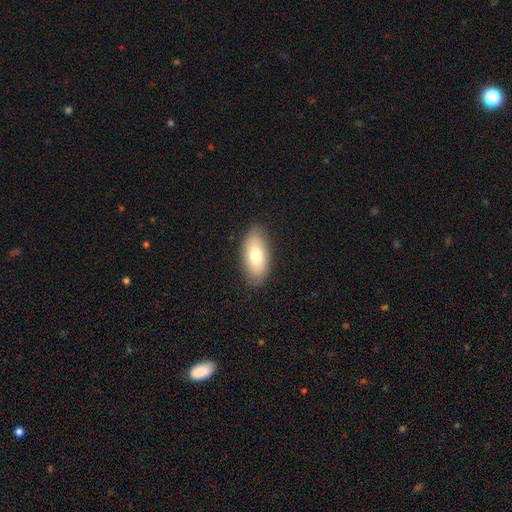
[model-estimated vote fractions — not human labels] A smooth galaxy with no disk features (78%) that is in between round and cigar-shaped (91%).

Vote fractions:
- Smooth or featured? smooth: 78% / featured or disk: 16% / star or artifact: 6%
- How rounded? in between: 91% / cigar-shaped: 6% / round: 3%
- Merging? none: 86% / minor disturbance: 11% / major disturbance: 2% / merger: 1%